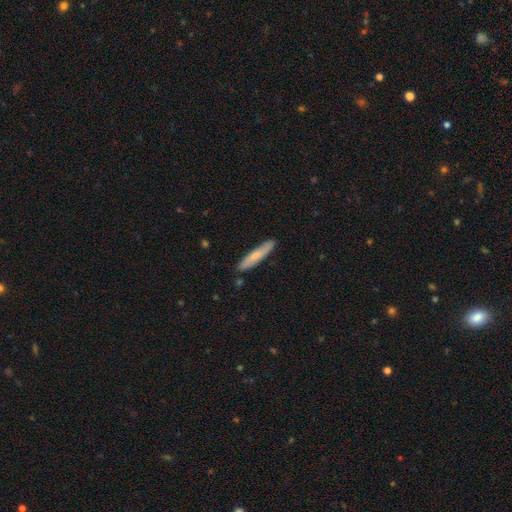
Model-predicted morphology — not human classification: smooth-or-featured: smooth: 68% | featured or disk: 26% | star or artifact: 5%
  how-rounded: cigar-shaped: 90% | in between: 9% | round: 1%
  merging: none: 86% | minor disturbance: 10% | merger: 2% | major disturbance: 2%